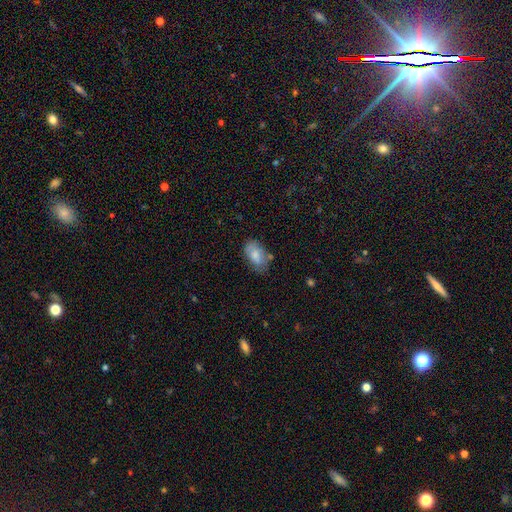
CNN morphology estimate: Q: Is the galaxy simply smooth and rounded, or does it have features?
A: smooth — 74%.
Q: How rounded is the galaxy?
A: in between — 92%.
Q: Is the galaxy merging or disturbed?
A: none — 61%.